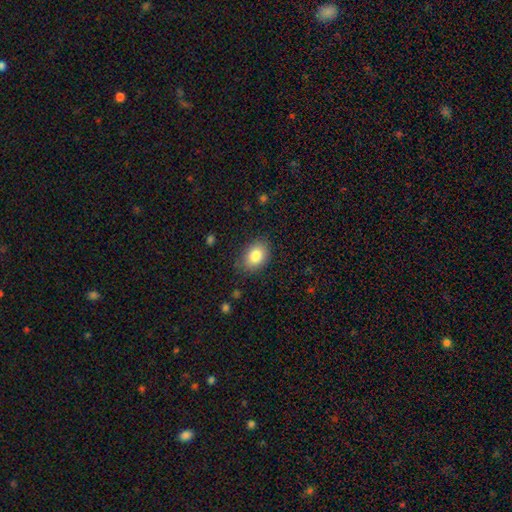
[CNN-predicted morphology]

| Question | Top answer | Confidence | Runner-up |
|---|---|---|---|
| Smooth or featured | smooth | 84% | star or artifact (8%) |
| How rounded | in between | 71% | round (28%) |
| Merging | none | 81% | minor disturbance (14%) |